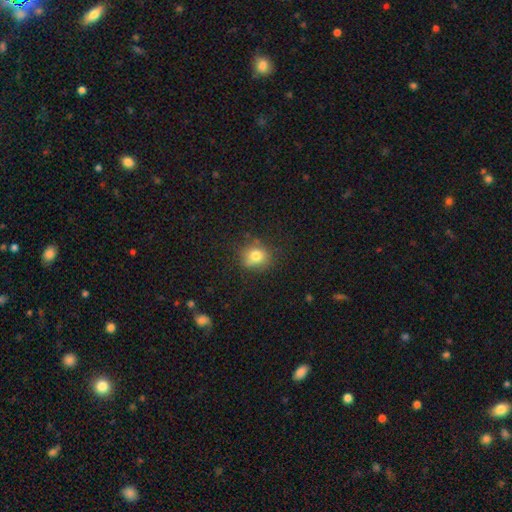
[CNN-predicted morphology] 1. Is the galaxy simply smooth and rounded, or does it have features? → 78% smooth, 13% star or artifact, 10% featured or disk.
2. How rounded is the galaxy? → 76% round, 23% in between, 1% cigar-shaped.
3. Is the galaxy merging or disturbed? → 73% none, 18% minor disturbance, 5% major disturbance, 4% merger.